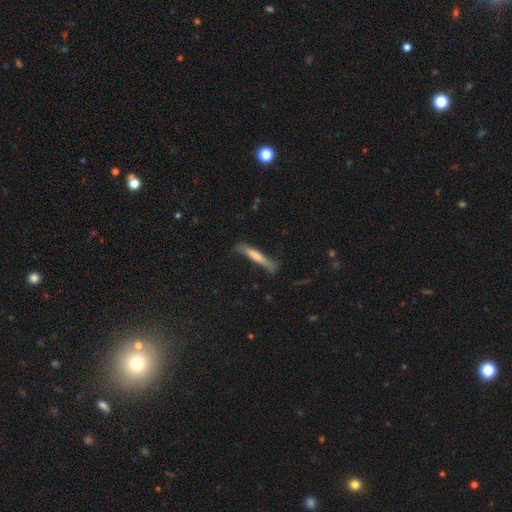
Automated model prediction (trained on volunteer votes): Smooth or featured? smooth (53%)
How rounded? cigar-shaped (93%)
Merging? none (70%)